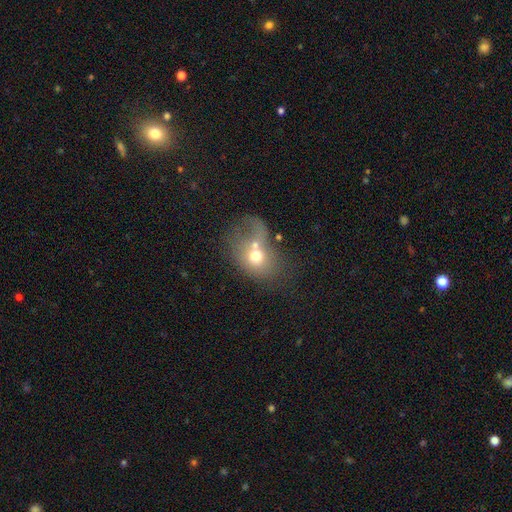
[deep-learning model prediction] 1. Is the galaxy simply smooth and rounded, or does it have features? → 57% smooth, 31% featured or disk, 12% star or artifact.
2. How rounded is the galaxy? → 56% in between, 42% round, 1% cigar-shaped.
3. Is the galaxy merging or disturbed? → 52% merger, 24% major disturbance, 15% none, 10% minor disturbance.